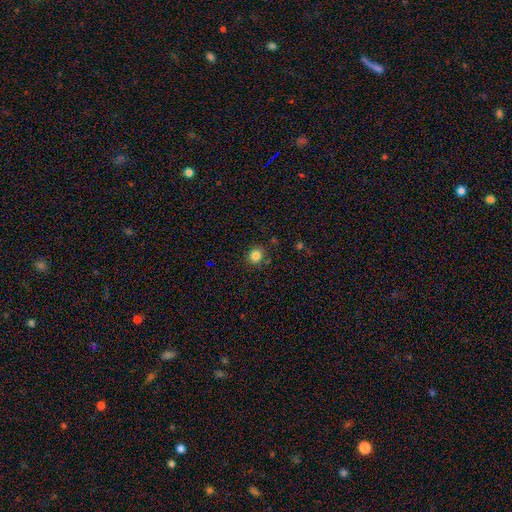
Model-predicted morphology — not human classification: This is clearly a smooth galaxy (83%). How rounded: clearly round (86%). Merging: clearly none (85%).